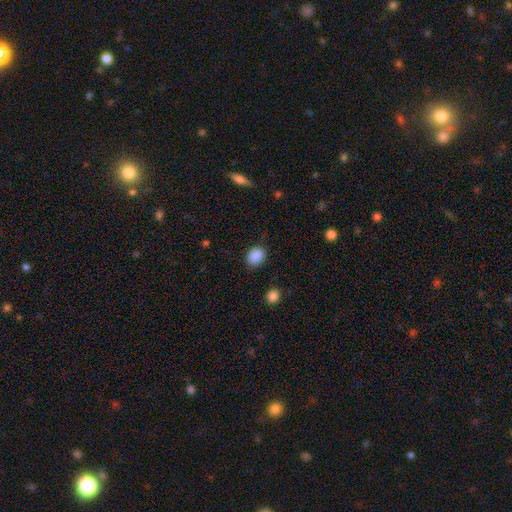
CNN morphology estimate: This appears to be a smooth galaxy with no disk features (89%) that is round (50%). Merging: none (85%).